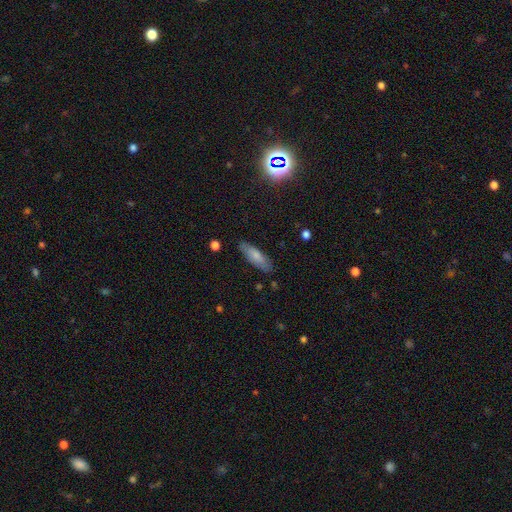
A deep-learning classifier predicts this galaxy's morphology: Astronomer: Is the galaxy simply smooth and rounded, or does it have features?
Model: smooth — 72%.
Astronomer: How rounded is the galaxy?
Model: in between — 57% (runner-up: cigar-shaped, 42%).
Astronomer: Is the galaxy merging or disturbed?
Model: none — 82%.